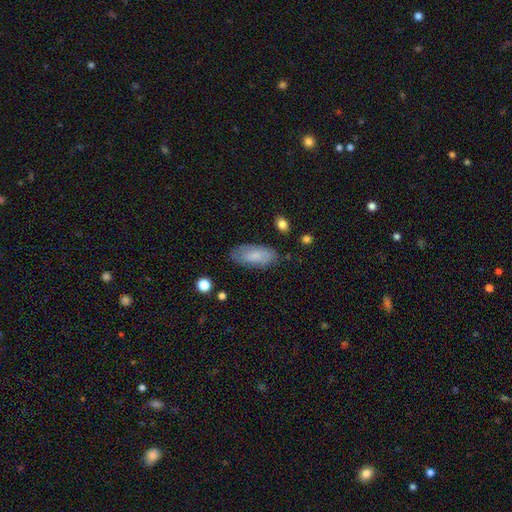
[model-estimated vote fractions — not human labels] Smooth or featured? smooth (75%)
How rounded? in between (89%)
Merging? none (77%)